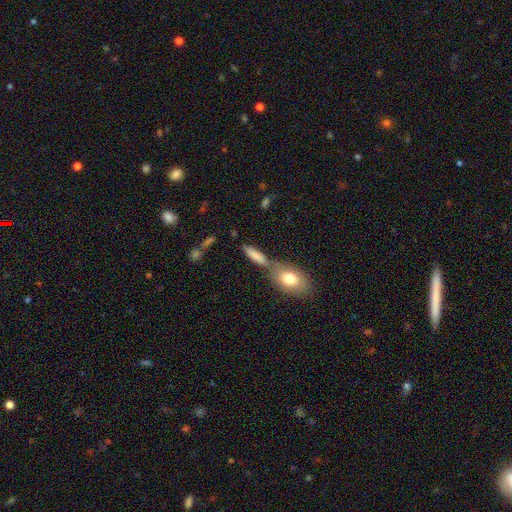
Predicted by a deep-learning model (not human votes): smooth 79%, featured or disk 14%, star or artifact 7%. Down the decision tree: how rounded — cigar-shaped (53%); merging — none (55%).